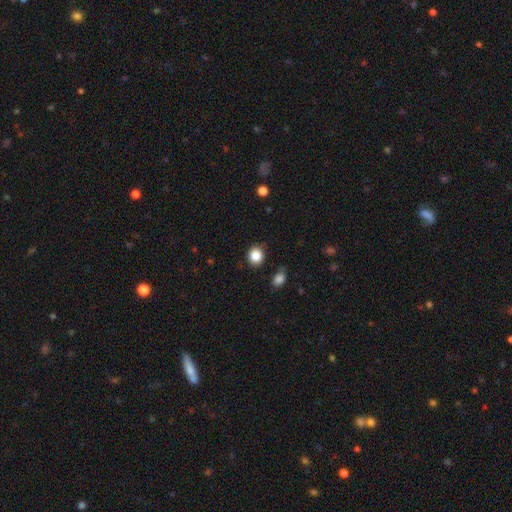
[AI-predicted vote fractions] A smooth galaxy with no disk features (87%) that is round (82%). Merging: none (82%).